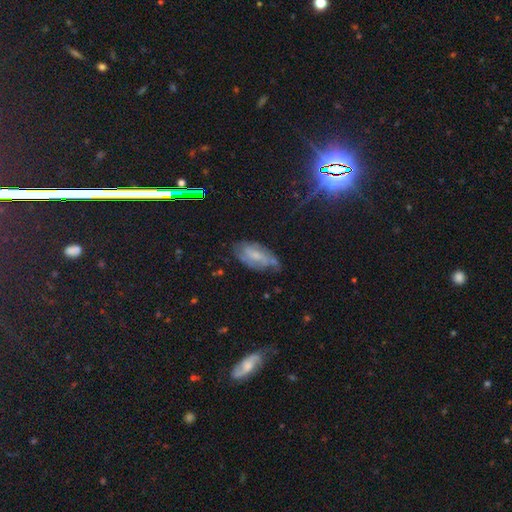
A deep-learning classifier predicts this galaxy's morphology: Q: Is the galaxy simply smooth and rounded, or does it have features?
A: featured or disk — 50%.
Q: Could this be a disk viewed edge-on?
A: no — 90%.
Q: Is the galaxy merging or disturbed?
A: none — 57%.